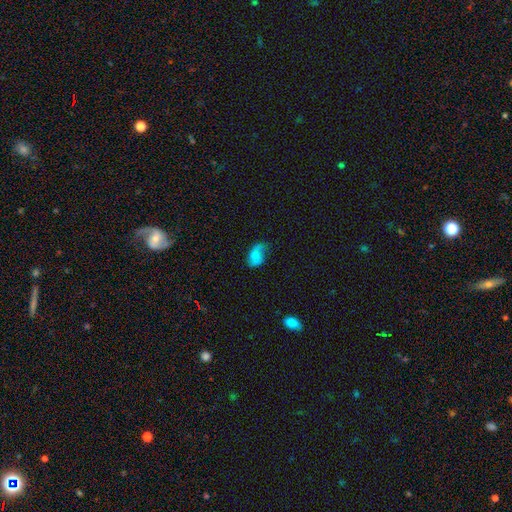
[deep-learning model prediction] Q: Smooth or featured?
A: smooth (62%); runner-up: featured or disk (28%)
Q: How rounded?
A: in between (86%); runner-up: round (12%)
Q: Merging?
A: none (39%); runner-up: minor disturbance (35%)